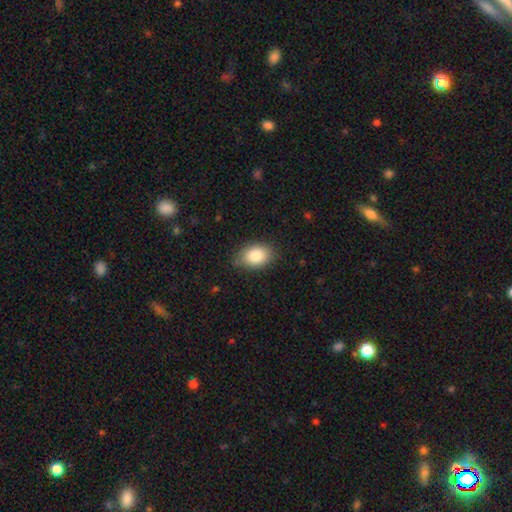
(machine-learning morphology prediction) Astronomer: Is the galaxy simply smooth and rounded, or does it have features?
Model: smooth — 84%.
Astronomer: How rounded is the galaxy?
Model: in between — 83%.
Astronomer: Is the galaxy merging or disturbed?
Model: none — 80%.